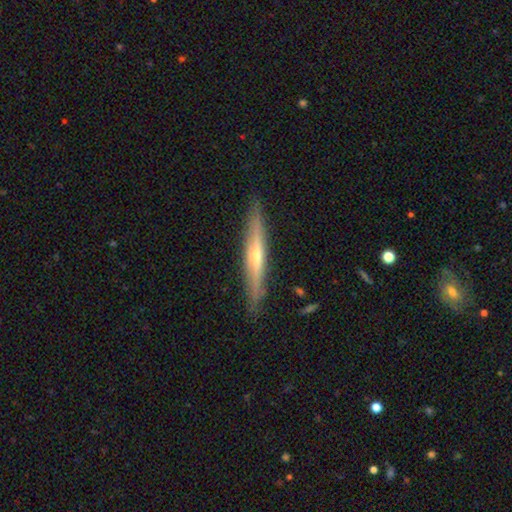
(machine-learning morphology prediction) A featured or disk galaxy (68%) viewed edge-on (95%) with a rounded central bulge (76%).

Vote fractions:
- Smooth or featured? featured or disk: 68% / smooth: 26% / star or artifact: 6%
- Edge-on disk? yes: 95% / no: 5%
- Edge-on bulge? rounded: 76% / none: 20% / boxy: 4%
- Merging? none: 89% / minor disturbance: 9% / major disturbance: 2% / merger: 1%